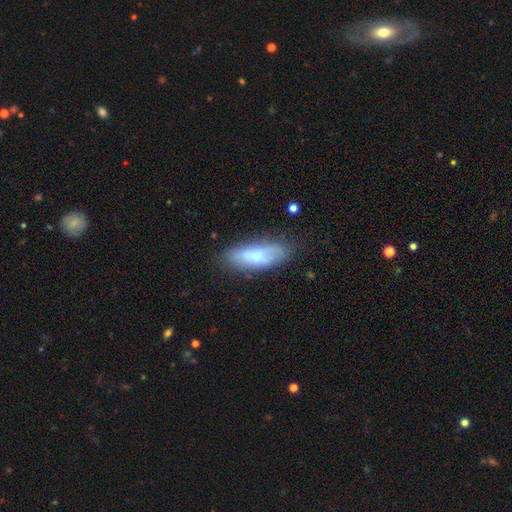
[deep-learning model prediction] The model was most divided on "how rounded": in between: 60%, cigar-shaped: 38%, round: 2%. More confident: merging — none (71%); smooth or featured — smooth (63%).